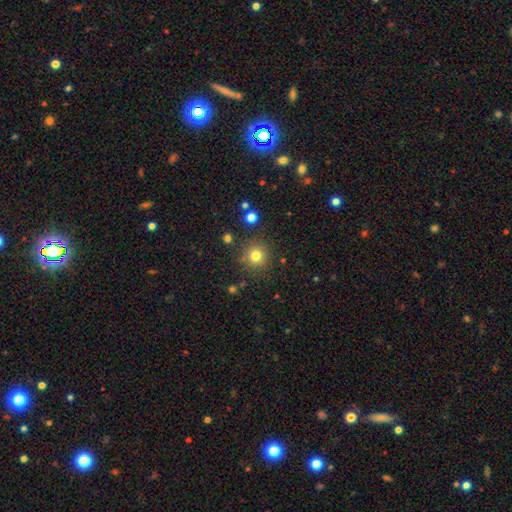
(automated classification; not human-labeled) Smooth or featured?
  - smooth: 79% *
  - star or artifact: 14%
  - featured or disk: 7%
How rounded?
  - round: 94% *
  - in between: 5%
  - cigar-shaped: 1%
Merging?
  - none: 87% *
  - minor disturbance: 7%
  - merger: 3%
  - major disturbance: 3%